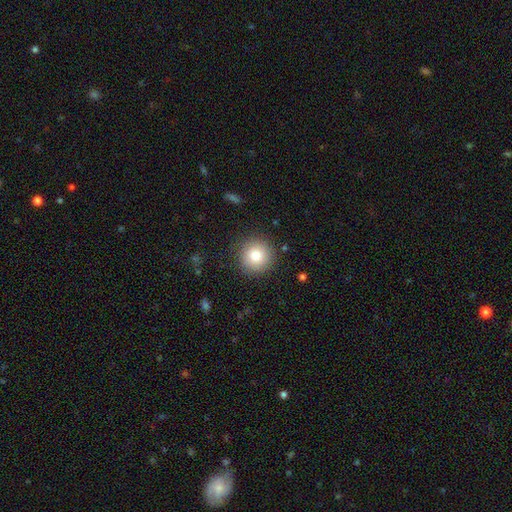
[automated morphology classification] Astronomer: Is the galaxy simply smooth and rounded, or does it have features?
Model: smooth — 82%.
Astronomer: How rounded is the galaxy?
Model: round — 95%.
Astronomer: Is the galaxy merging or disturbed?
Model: none — 89%.